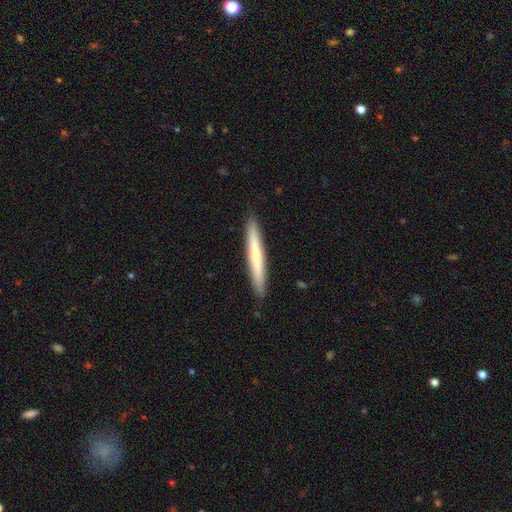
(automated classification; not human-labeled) This is possibly a smooth galaxy (55%). How rounded: clearly cigar-shaped (96%). Merging: clearly none (92%).